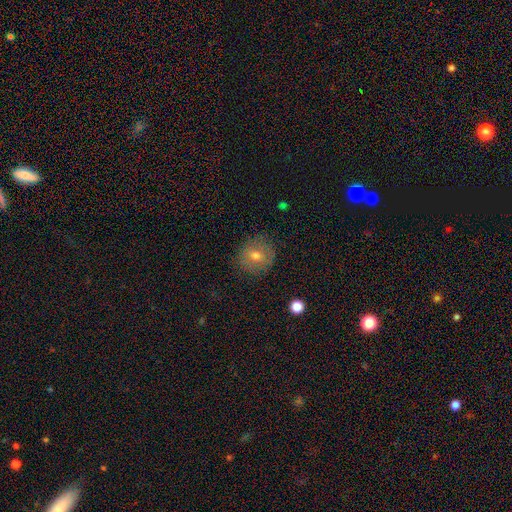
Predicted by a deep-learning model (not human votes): Smooth or featured: smooth — 63% (featured or disk — 24%)
How rounded: round — 88% (in between — 11%)
Merging: none — 84% (minor disturbance — 11%)